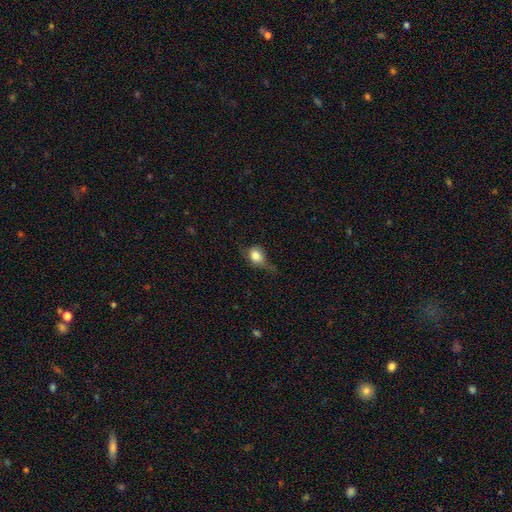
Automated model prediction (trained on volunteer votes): Morphology: type=smooth (73%); roundness=in between (52%); merging=none (38%).